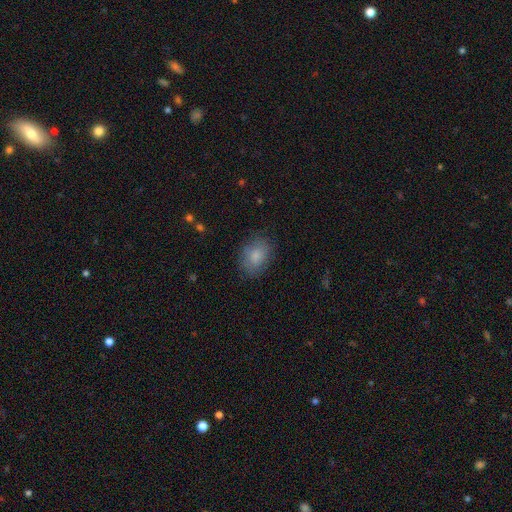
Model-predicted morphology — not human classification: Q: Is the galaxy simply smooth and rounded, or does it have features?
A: smooth — 83%.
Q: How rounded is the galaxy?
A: in between — 70%.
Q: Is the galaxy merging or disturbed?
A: none — 80%.